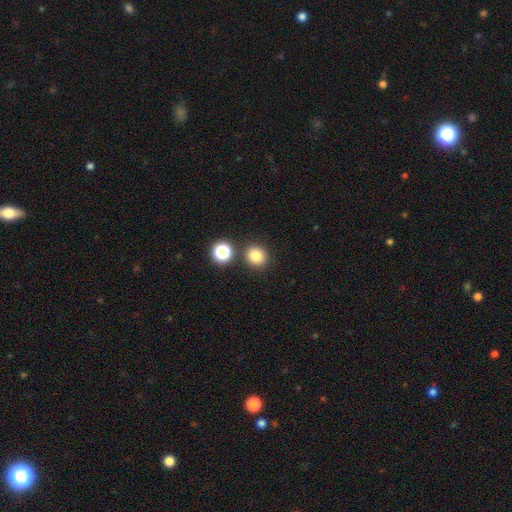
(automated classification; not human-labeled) A smooth galaxy with no disk features (81%) that is round (87%). Merging: none (83%).